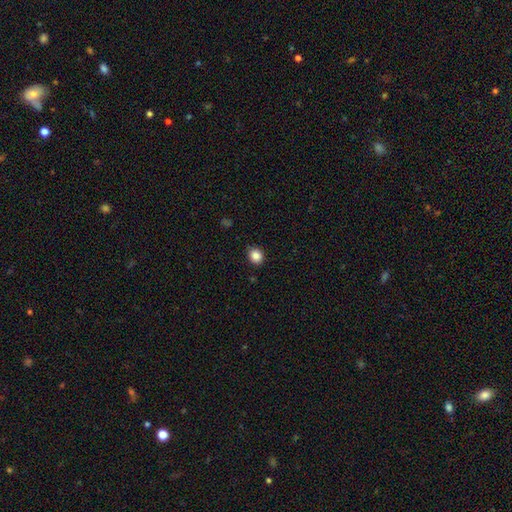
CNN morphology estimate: The model was most divided on "how rounded": round: 64%, in between: 35%, cigar-shaped: 1%. More confident: merging — none (87%); smooth or featured — smooth (86%).